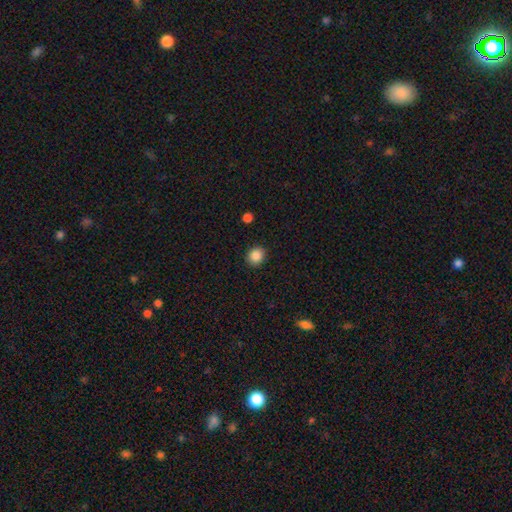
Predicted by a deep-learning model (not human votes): Smooth or featured: smooth — 87% (star or artifact — 9%)
How rounded: round — 81% (in between — 18%)
Merging: none — 90% (minor disturbance — 6%)